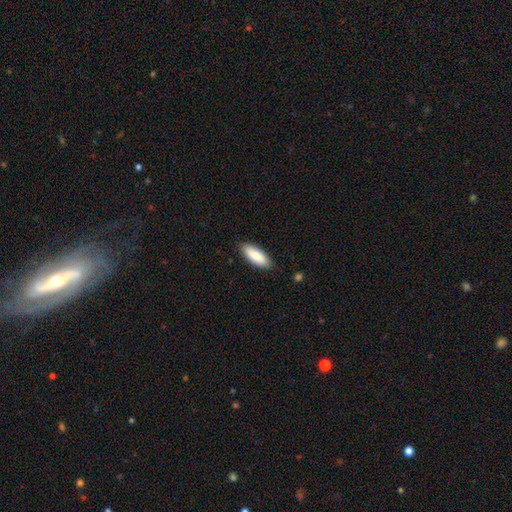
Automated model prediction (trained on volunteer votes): This is clearly a smooth galaxy (87%). How rounded: likely in between (70%). Merging: clearly none (86%).